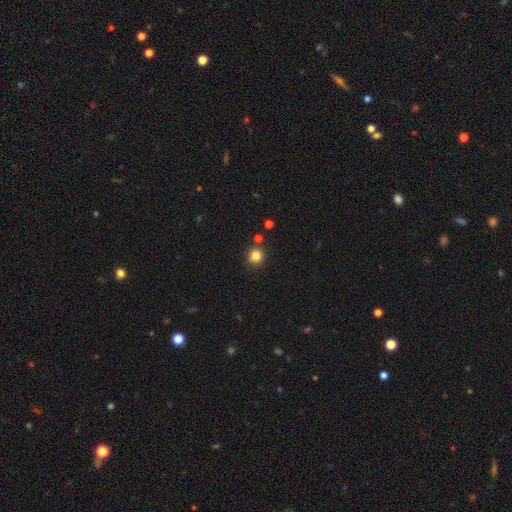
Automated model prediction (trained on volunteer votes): smooth 83%, star or artifact 12%, featured or disk 5%. Down the decision tree: how rounded — round (89%); merging — none (84%).